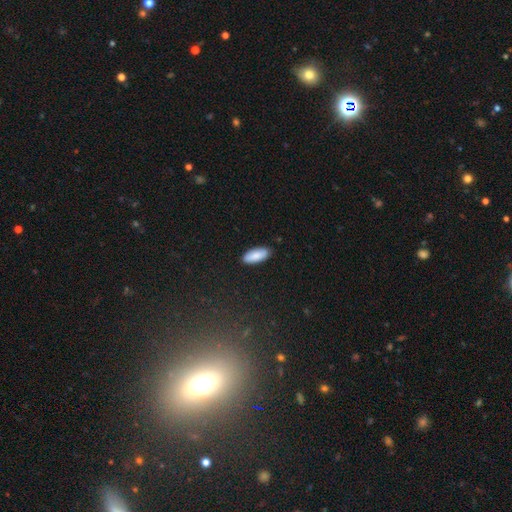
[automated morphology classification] Smooth or featured? Predicted: smooth (p=0.88). How rounded? Predicted: in between (p=0.79). Merging? Predicted: none (p=0.88).